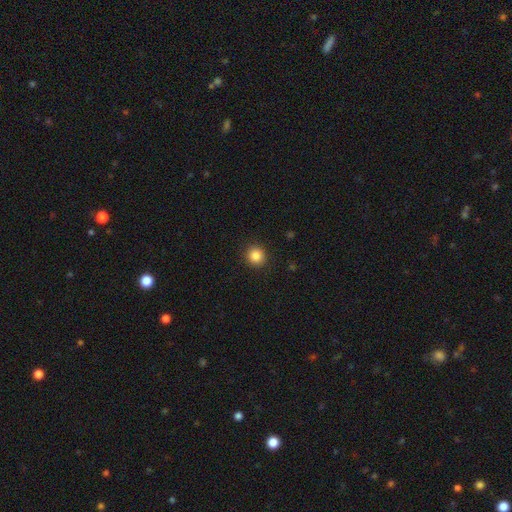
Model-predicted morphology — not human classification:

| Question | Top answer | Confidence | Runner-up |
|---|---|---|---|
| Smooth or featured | smooth | 86% | star or artifact (10%) |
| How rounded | round | 93% | in between (6%) |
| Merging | none | 92% | minor disturbance (5%) |